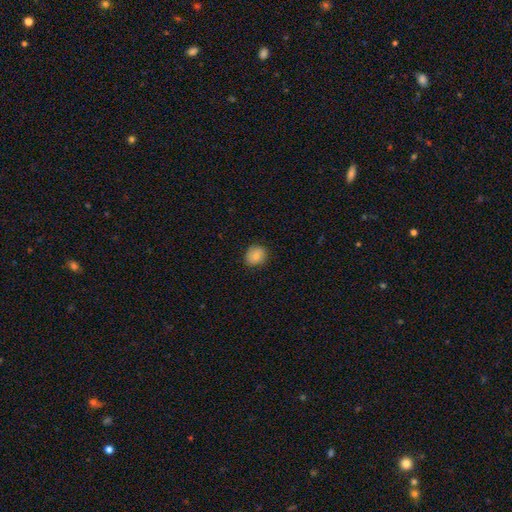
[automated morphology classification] This is clearly a smooth galaxy (83%). How rounded: likely round (62%). Merging: clearly none (82%).